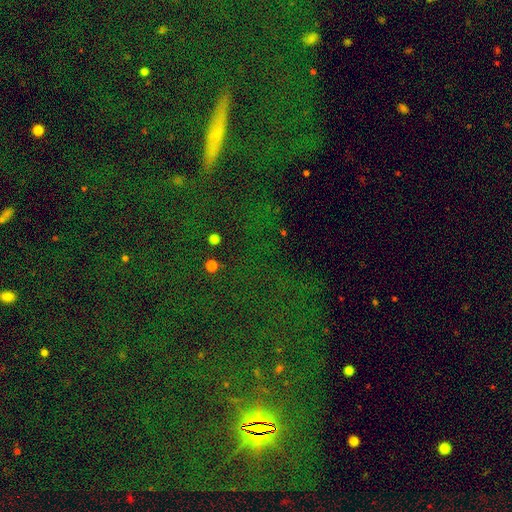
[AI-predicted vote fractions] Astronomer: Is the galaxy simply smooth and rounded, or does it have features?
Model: star or artifact — 69%.